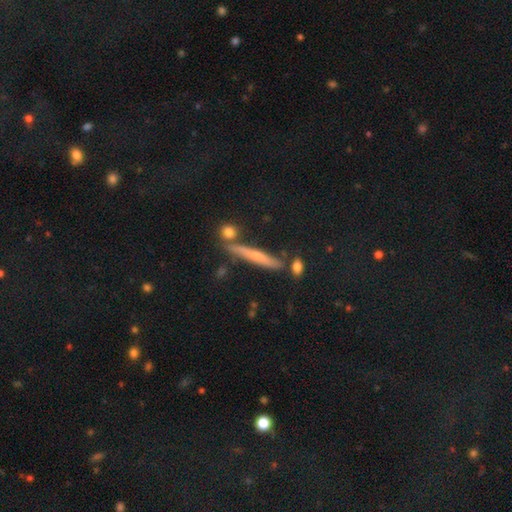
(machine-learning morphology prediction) smooth_or_featured: featured or disk (p=0.49) [alt: smooth p=0.41]
merging: none (p=0.77) [alt: minor disturbance p=0.12]